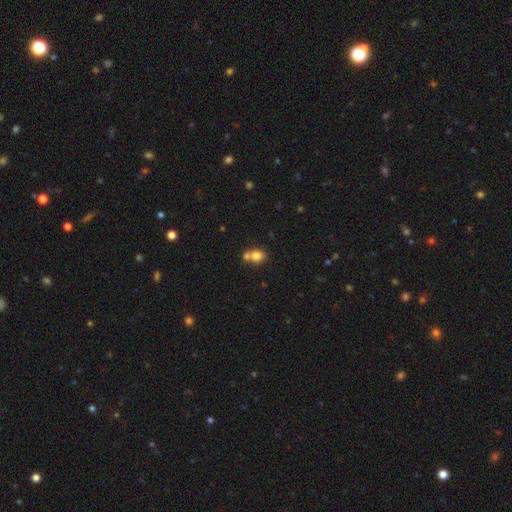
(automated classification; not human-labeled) Smooth or featured: smooth — 79% (star or artifact — 11%)
How rounded: round — 61% (in between — 38%)
Merging: none — 44% (merger — 43%)